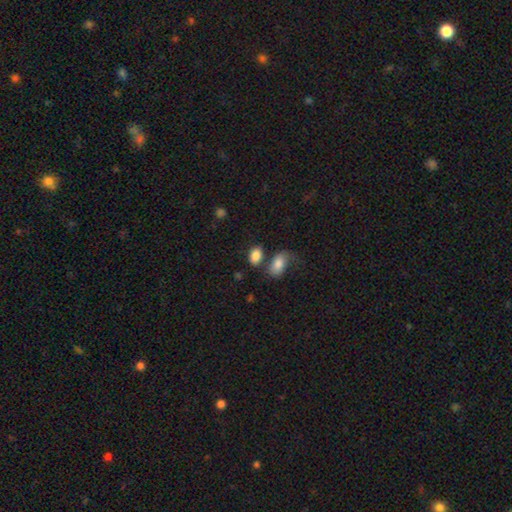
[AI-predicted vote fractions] Smooth or featured? Predicted: smooth (p=0.85). How rounded? Predicted: in between (p=0.87). Merging? Predicted: none (p=0.56).